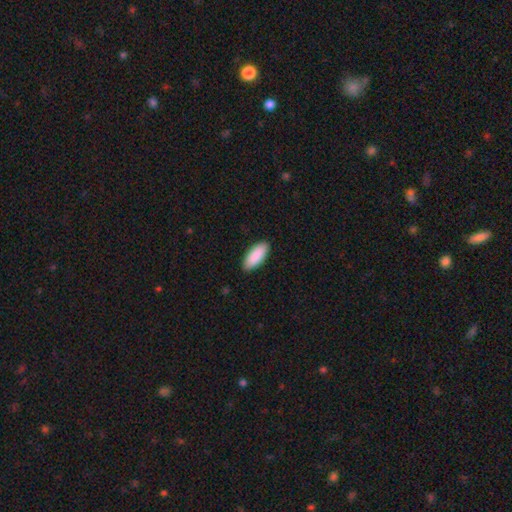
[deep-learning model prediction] Smooth or featured? smooth (91%)
How rounded? in between (85%)
Merging? none (89%)